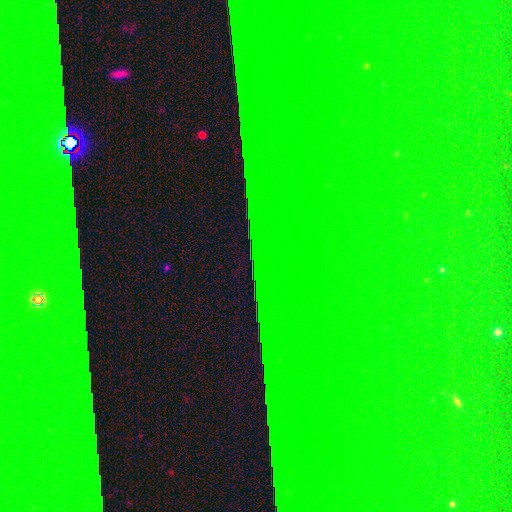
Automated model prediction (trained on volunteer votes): The model was most divided on "smooth or featured": star or artifact: 86%, featured or disk: 8%, smooth: 6%.